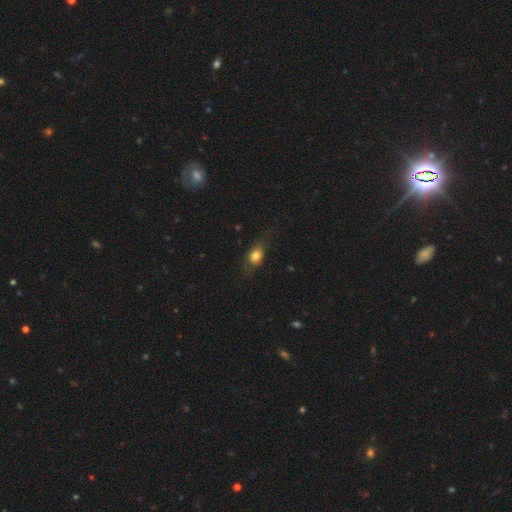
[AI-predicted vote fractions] Overall: smooth (74%). How rounded: in between (68%). Merging: none (58%; minor disturbance 26%).